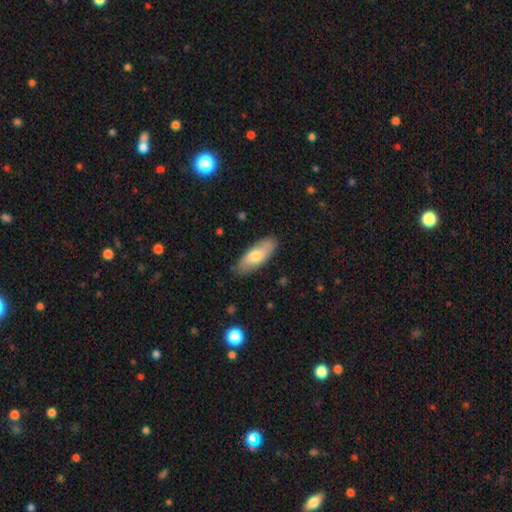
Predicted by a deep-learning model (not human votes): A smooth galaxy with no disk features (71%) that is in between round and cigar-shaped (75%). Merging: none (83%).